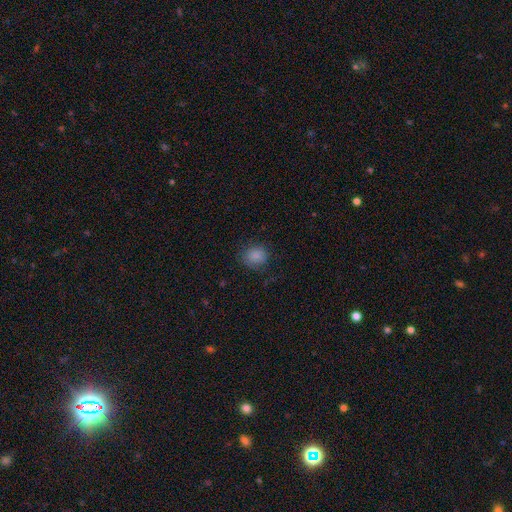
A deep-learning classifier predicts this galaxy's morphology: Q: Smooth or featured?
A: smooth (86%); runner-up: star or artifact (10%)
Q: How rounded?
A: round (77%); runner-up: in between (23%)
Q: Merging?
A: none (81%); runner-up: minor disturbance (14%)